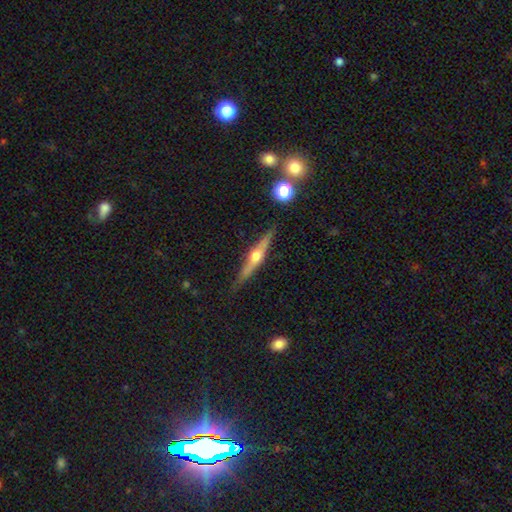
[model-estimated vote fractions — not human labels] Smooth or featured: featured or disk — 69% (smooth — 24%)
Edge-on disk: yes — 96% (no — 4%)
Edge-on bulge: rounded — 92% (none — 5%)
Merging: none — 86% (minor disturbance — 11%)